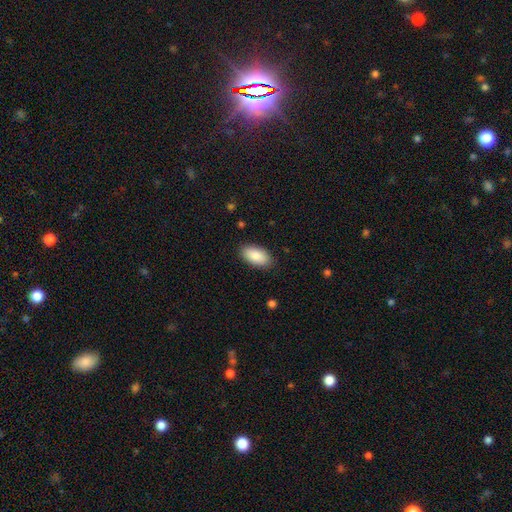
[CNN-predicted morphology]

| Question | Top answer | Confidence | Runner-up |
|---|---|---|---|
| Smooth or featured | smooth | 88% | featured or disk (6%) |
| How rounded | in between | 94% | cigar-shaped (3%) |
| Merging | none | 87% | minor disturbance (10%) |